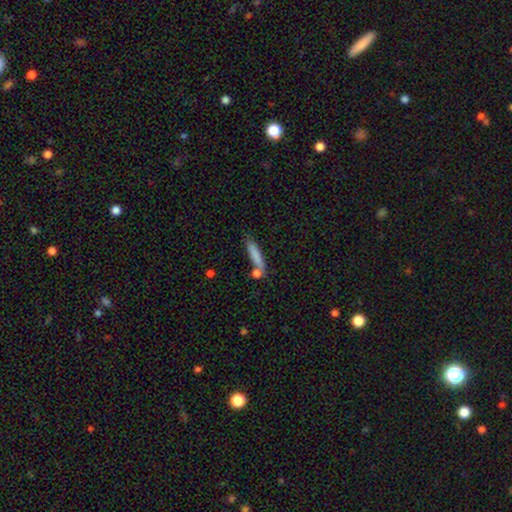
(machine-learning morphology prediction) Smooth or featured?
  - smooth: 78% *
  - featured or disk: 14%
  - star or artifact: 7%
How rounded?
  - cigar-shaped: 84% *
  - in between: 13%
  - round: 3%
Merging?
  - none: 66% *
  - merger: 16%
  - minor disturbance: 14%
  - major disturbance: 4%